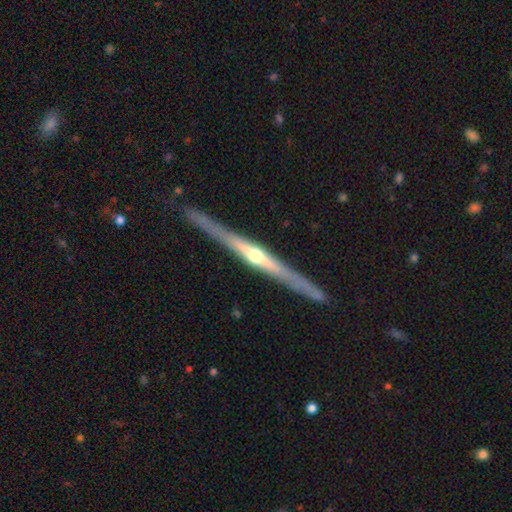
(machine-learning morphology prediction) smooth-or-featured: featured or disk: 81% | smooth: 14% | star or artifact: 4%
  disk-edge-on: yes: 98% | no: 2%
    edge-on-bulge: rounded: 91% | none: 5% | boxy: 4%
  merging: none: 82% | minor disturbance: 13% | major disturbance: 3% | merger: 2%